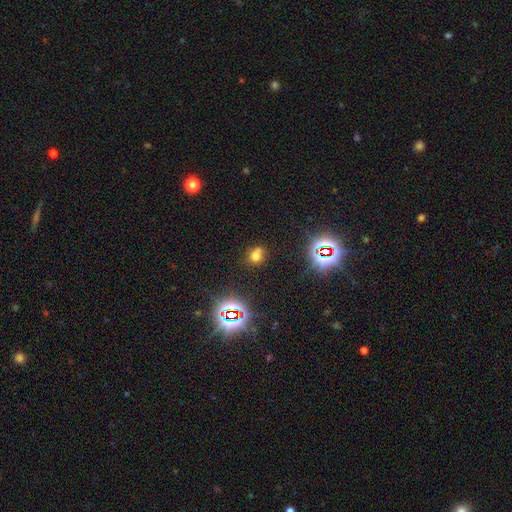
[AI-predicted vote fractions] smooth_or_featured: smooth (p=0.59) [alt: star or artifact p=0.27]
how_rounded: round (p=0.68) [alt: in between p=0.30]
merging: none (p=0.53) [alt: merger p=0.23]